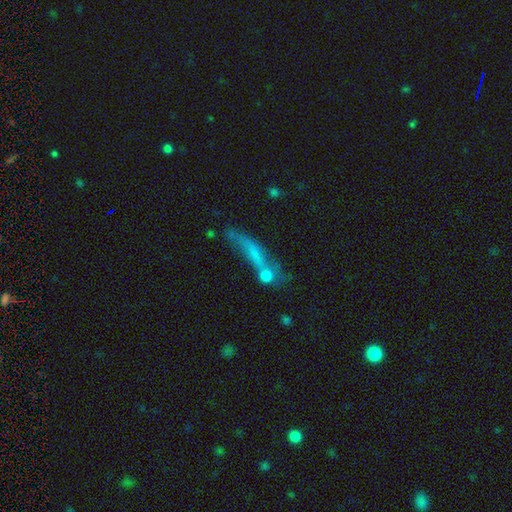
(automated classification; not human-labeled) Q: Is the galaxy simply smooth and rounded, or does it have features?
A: smooth — 47%.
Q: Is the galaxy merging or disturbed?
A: none — 36%.